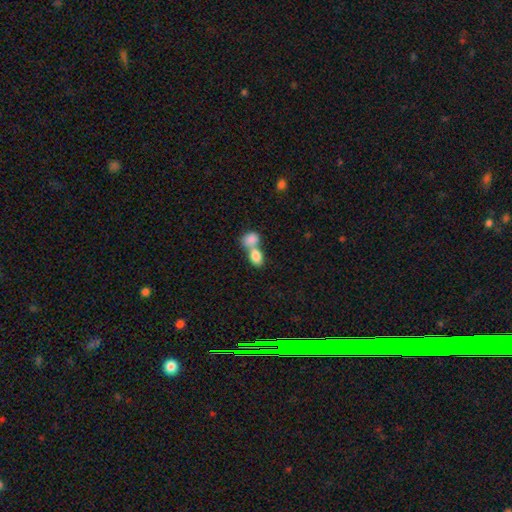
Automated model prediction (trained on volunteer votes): Smooth or featured?
  - smooth: 83% *
  - featured or disk: 9%
  - star or artifact: 7%
How rounded?
  - in between: 75% *
  - round: 23%
  - cigar-shaped: 2%
Merging?
  - merger: 70% *
  - none: 22%
  - minor disturbance: 5%
  - major disturbance: 3%